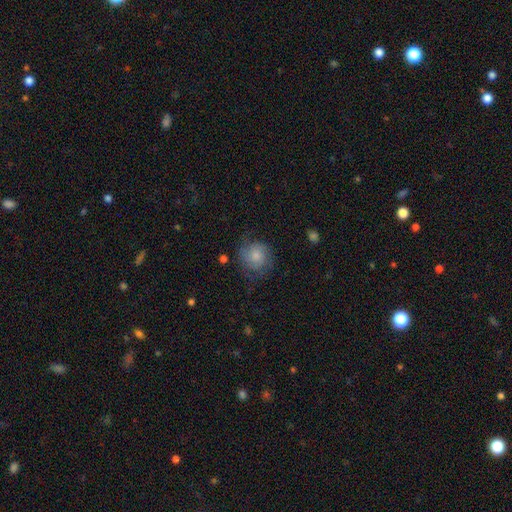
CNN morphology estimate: This is likely a smooth galaxy (69%). How rounded: clearly round (85%). Merging: likely none (62%).